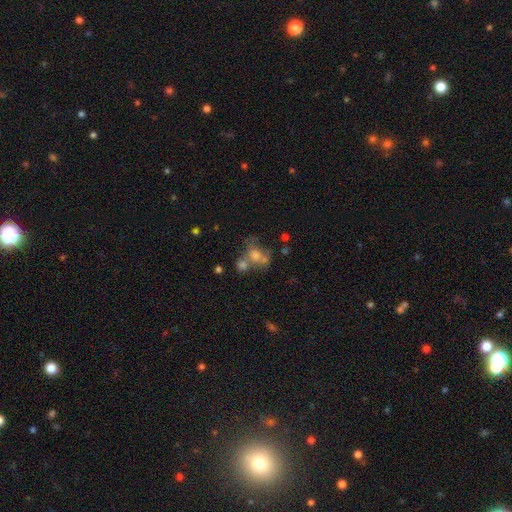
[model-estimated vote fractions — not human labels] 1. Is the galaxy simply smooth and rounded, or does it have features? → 54% smooth, 26% featured or disk, 20% star or artifact.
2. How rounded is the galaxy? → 56% round, 42% in between, 2% cigar-shaped.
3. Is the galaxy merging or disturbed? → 42% merger, 32% none, 13% major disturbance, 13% minor disturbance.